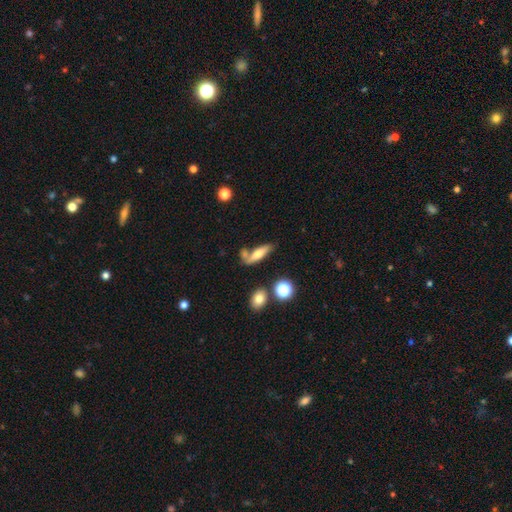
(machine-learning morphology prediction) This is possibly a smooth galaxy (58%). How rounded: possibly cigar-shaped (52%). Merging: possibly none (49%).